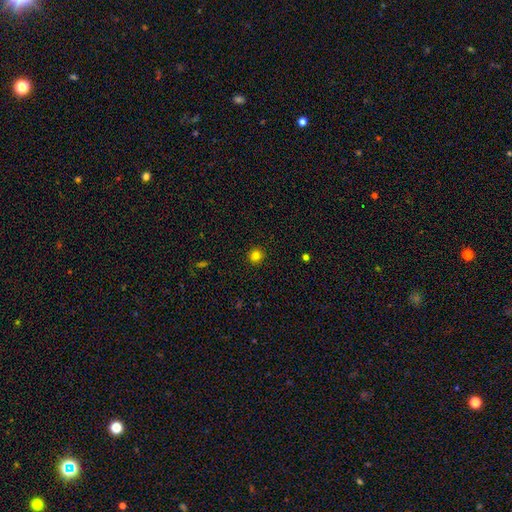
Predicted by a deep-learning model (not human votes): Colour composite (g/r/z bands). It shows a smooth galaxy with no disk features (81%) that is round (93%). Merging: none (92%).